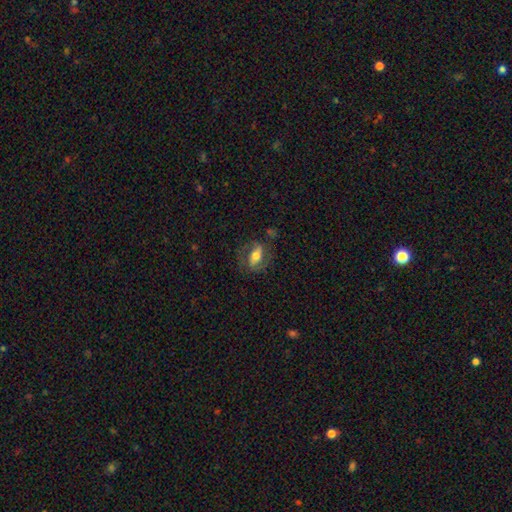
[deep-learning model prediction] smooth-or-featured: featured or disk: 48% | smooth: 45% | star or artifact: 8%
  merging: none: 67% | minor disturbance: 19% | major disturbance: 13% | merger: 2%